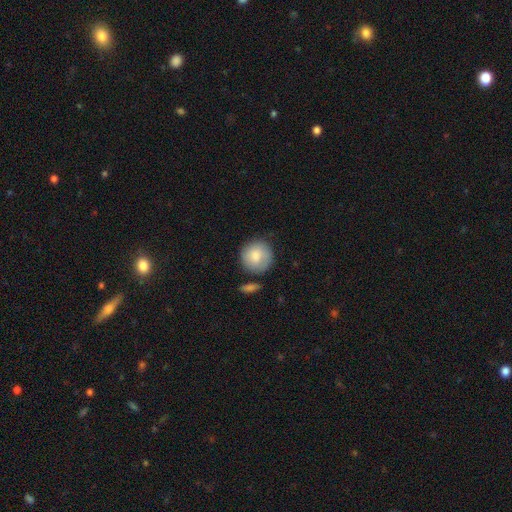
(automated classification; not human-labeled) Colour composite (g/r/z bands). It shows a smooth galaxy with no disk features (82%) that is round (92%). Merging: none (73%).